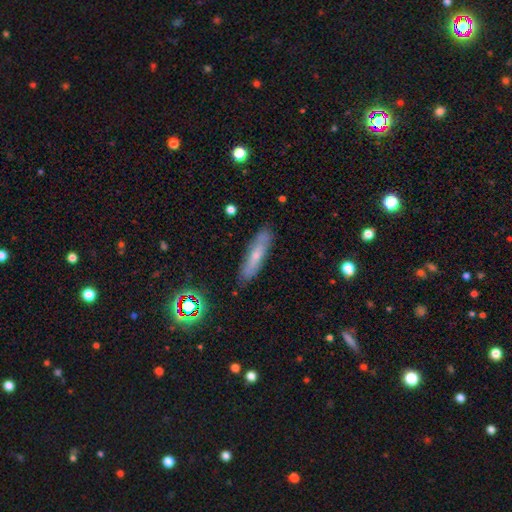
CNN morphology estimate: A smooth galaxy with no disk features (50%).

Vote fractions:
- Smooth or featured? smooth: 50% / featured or disk: 40% / star or artifact: 11%
- Merging? none: 81% / minor disturbance: 14% / major disturbance: 3% / merger: 2%